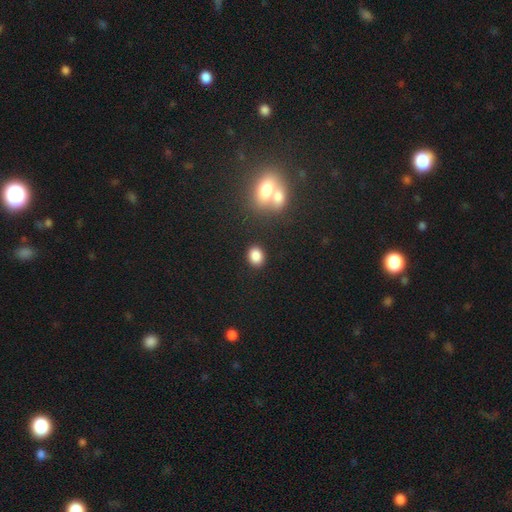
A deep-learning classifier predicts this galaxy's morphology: Smooth or featured? Predicted: smooth (p=0.86). How rounded? Predicted: in between (p=0.56). Merging? Predicted: none (p=0.82).